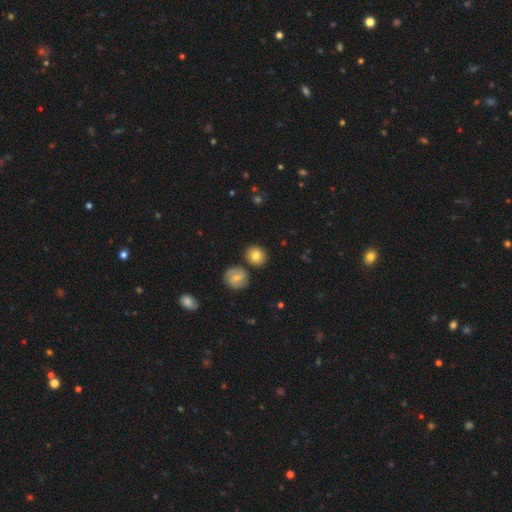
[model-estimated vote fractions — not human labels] The model was most divided on "how rounded": round: 82%, in between: 17%, cigar-shaped: 1%. More confident: merging — none (82%); smooth or featured — smooth (79%).